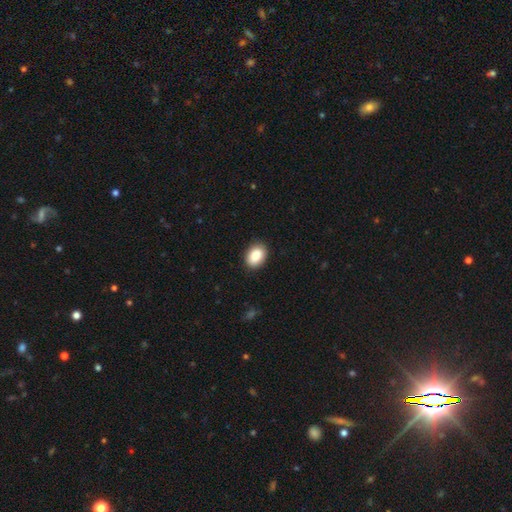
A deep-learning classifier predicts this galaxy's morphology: The model was most divided on "how rounded": in between: 80%, round: 19%, cigar-shaped: 1%. More confident: smooth or featured — smooth (88%); merging — none (88%).